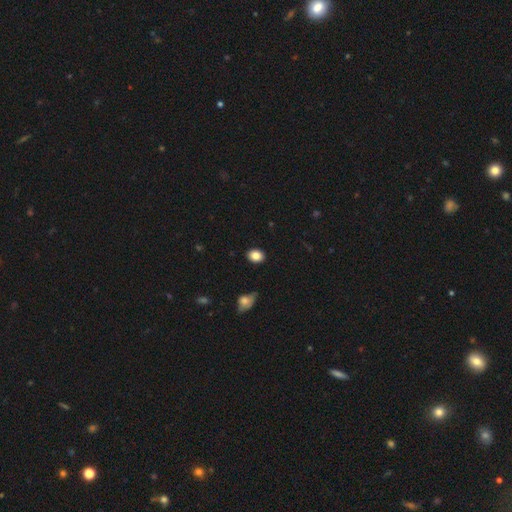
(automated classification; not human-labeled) Morphology: type=smooth (86%); roundness=in between (57%); merging=none (87%).